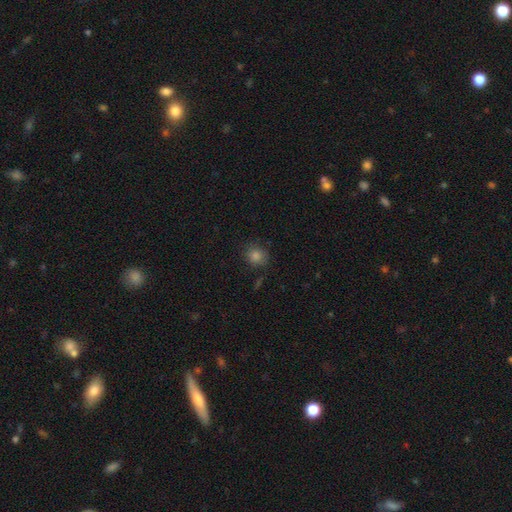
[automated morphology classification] Q: Smooth or featured?
A: smooth (80%); runner-up: star or artifact (15%)
Q: How rounded?
A: round (81%); runner-up: in between (18%)
Q: Merging?
A: none (82%); runner-up: minor disturbance (13%)